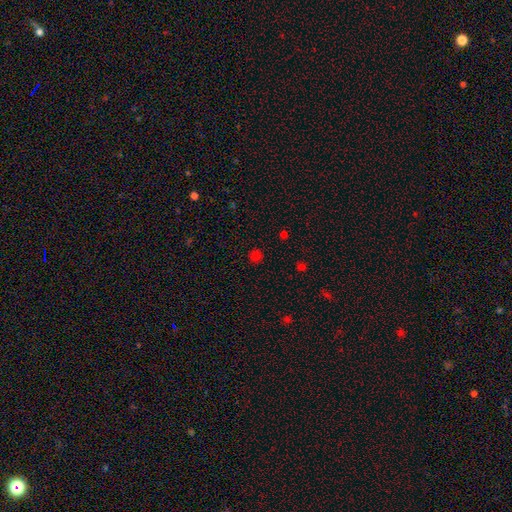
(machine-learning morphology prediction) Smooth or featured: smooth — 72% (star or artifact — 24%)
How rounded: round — 91% (in between — 8%)
Merging: none — 88% (minor disturbance — 8%)